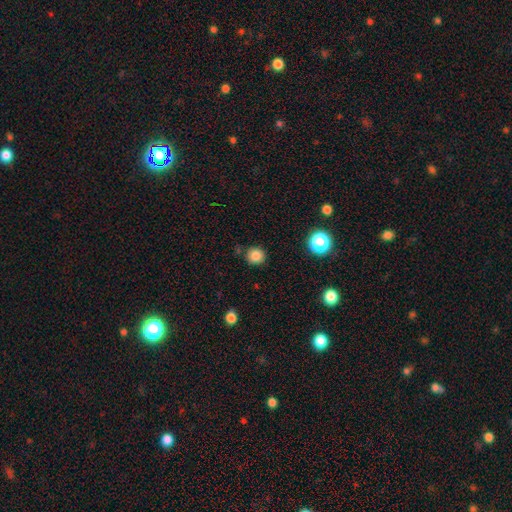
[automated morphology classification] smooth_or_featured: smooth (p=0.83) [alt: star or artifact p=0.12]
how_rounded: round (p=0.92) [alt: in between p=0.07]
merging: none (p=0.85) [alt: minor disturbance p=0.09]